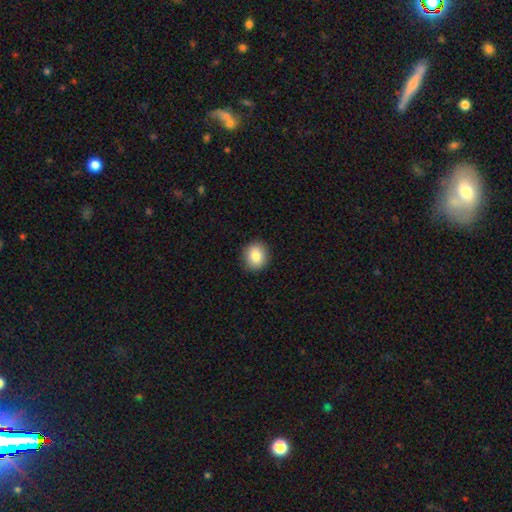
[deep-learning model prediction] Smooth or featured? Predicted: smooth (p=0.85). How rounded? Predicted: round (p=0.72). Merging? Predicted: none (p=0.90).